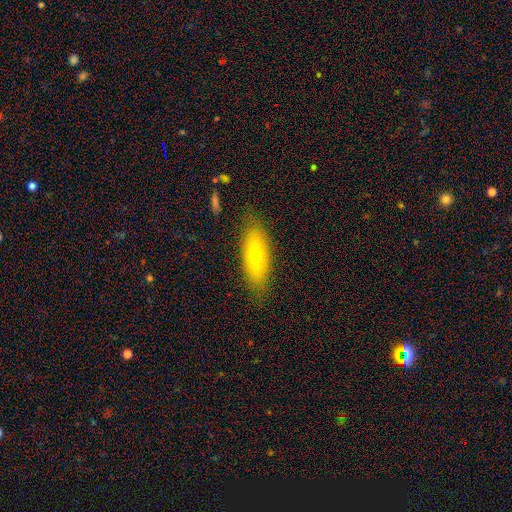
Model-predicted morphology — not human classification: Smooth or featured?
  - smooth: 63% *
  - featured or disk: 29%
  - star or artifact: 8%
How rounded?
  - in between: 64% *
  - cigar-shaped: 32%
  - round: 4%
Merging?
  - none: 82% *
  - minor disturbance: 13%
  - major disturbance: 4%
  - merger: 1%